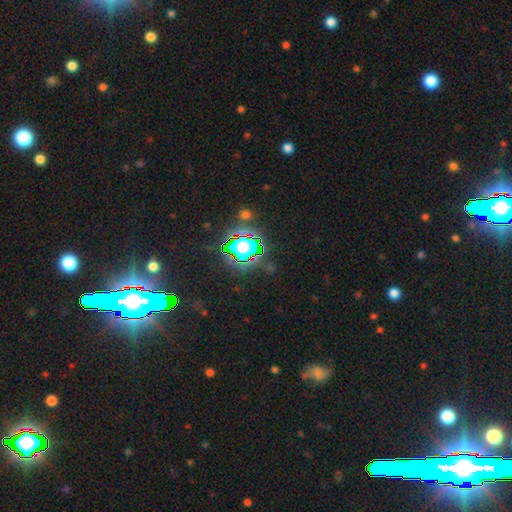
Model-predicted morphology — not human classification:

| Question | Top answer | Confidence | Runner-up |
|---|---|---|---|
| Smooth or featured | star or artifact | 84% | smooth (9%) |